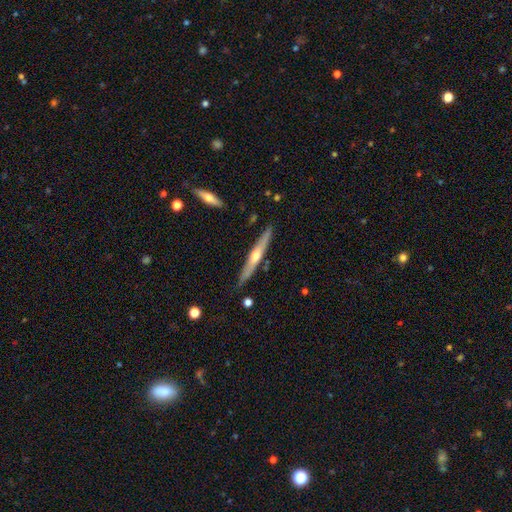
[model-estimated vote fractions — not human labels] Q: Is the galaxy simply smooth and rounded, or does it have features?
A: featured or disk — 70%.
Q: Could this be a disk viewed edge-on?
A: yes — 96%.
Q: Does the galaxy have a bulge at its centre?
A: rounded — 87%.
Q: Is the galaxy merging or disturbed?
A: none — 87%.